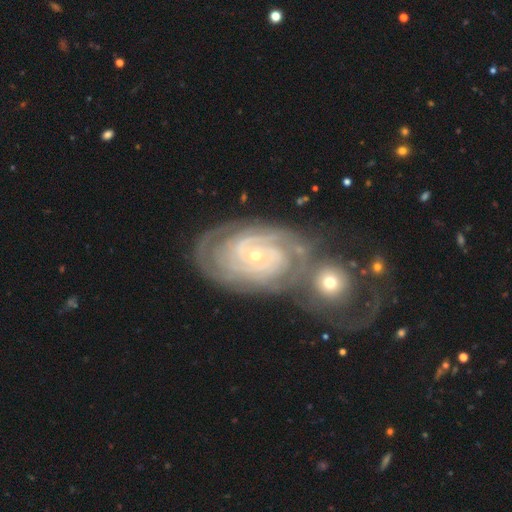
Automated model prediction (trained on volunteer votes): Morphology: type=featured or disk (88%); edge-on=no (96%); bar=no (72%); spiral arms=yes (97%); winding=tight (82%); arm count=can't tell (32%); bulge=small (74%); merging=none (48%).